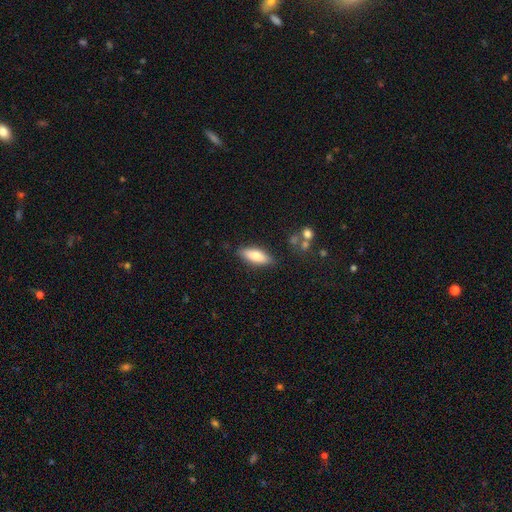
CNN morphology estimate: This is likely a smooth galaxy (77%). How rounded: likely in between (65%). Merging: clearly none (84%).